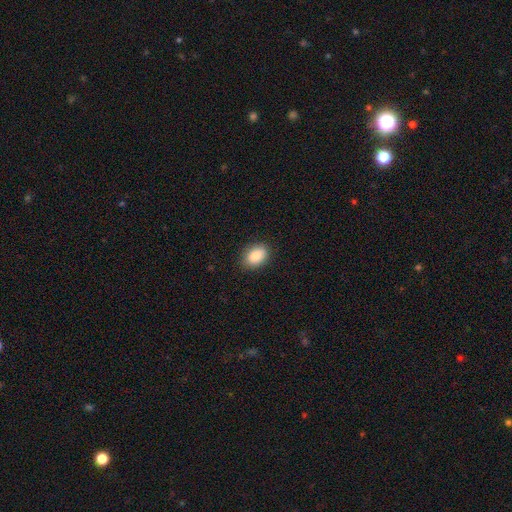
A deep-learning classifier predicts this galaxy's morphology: smooth-or-featured: smooth: 88% | star or artifact: 7% | featured or disk: 5%
  how-rounded: in between: 80% | round: 19% | cigar-shaped: 1%
  merging: none: 88% | minor disturbance: 9% | major disturbance: 2% | merger: 1%